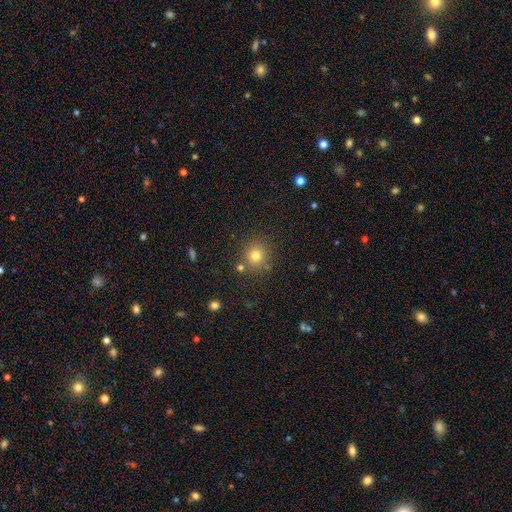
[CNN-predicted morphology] A smooth galaxy with no disk features (77%) that is round (90%). Merging: none (81%).